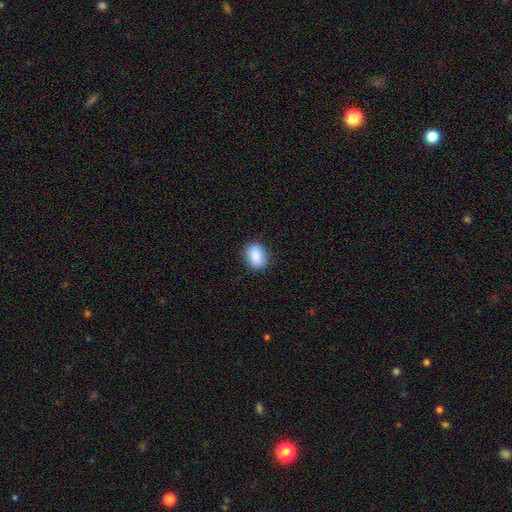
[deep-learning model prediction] Overall: smooth (86%). How rounded: in between (58%; round 40%). Merging: none (88%).